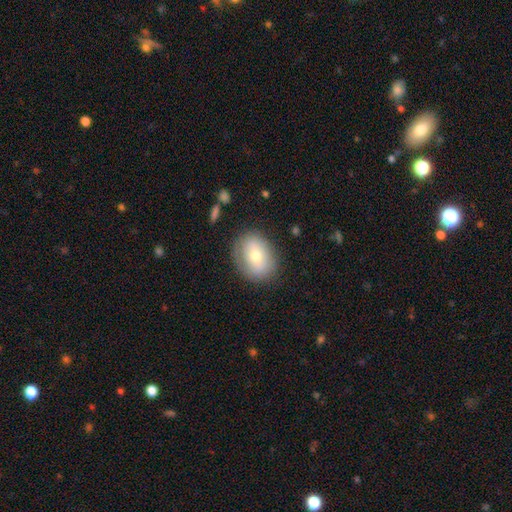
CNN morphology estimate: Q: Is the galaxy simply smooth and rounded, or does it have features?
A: smooth — 61%.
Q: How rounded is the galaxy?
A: in between — 62%.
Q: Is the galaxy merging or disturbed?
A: none — 79%.